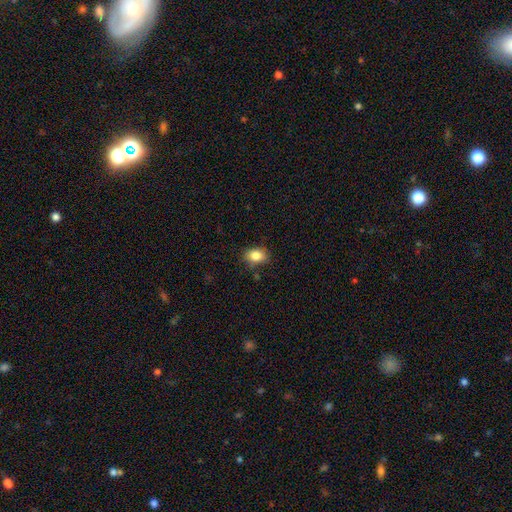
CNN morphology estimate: smooth_or_featured: smooth (p=0.85) [alt: star or artifact p=0.09]
how_rounded: in between (p=0.72) [alt: round p=0.27]
merging: none (p=0.82) [alt: minor disturbance p=0.13]